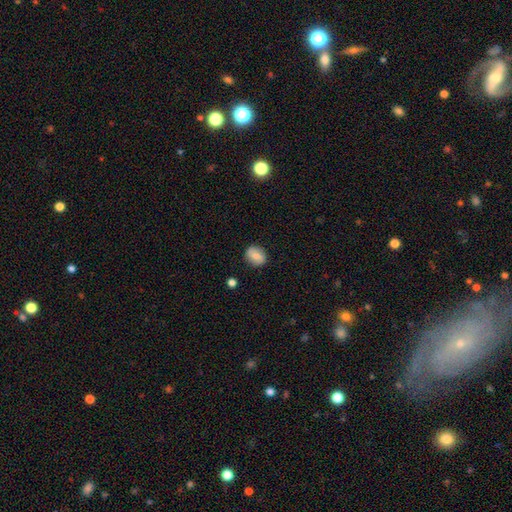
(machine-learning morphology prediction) smooth_or_featured: smooth (p=0.73) [alt: featured or disk p=0.19]
how_rounded: round (p=0.59) [alt: in between p=0.40]
merging: none (p=0.84) [alt: minor disturbance p=0.11]